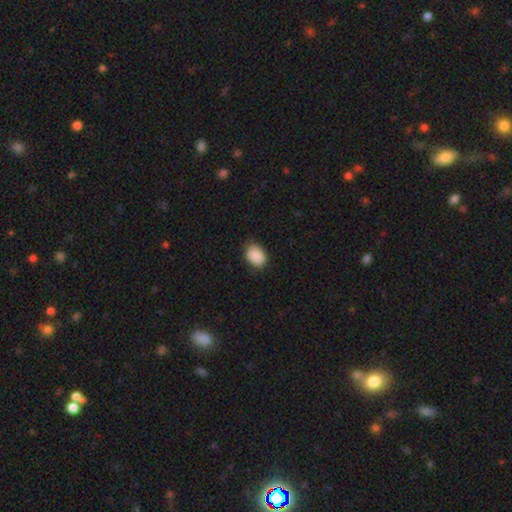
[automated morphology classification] smooth_or_featured: smooth (p=0.90) [alt: star or artifact p=0.07]
how_rounded: in between (p=0.72) [alt: round p=0.27]
merging: none (p=0.78) [alt: minor disturbance p=0.18]